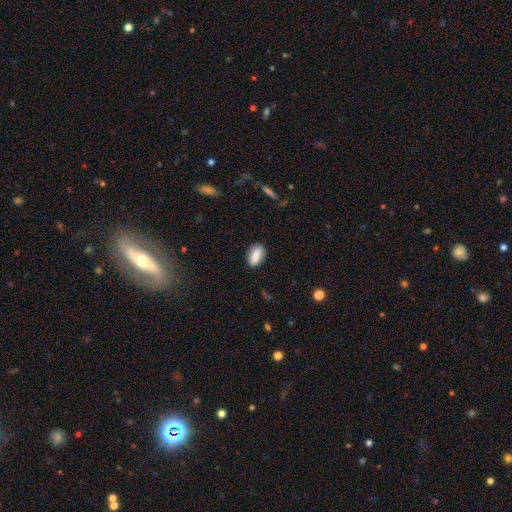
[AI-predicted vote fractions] smooth-or-featured: smooth: 84% | featured or disk: 9% | star or artifact: 7%
  how-rounded: in between: 89% | round: 6% | cigar-shaped: 5%
  merging: none: 84% | minor disturbance: 12% | major disturbance: 3% | merger: 1%